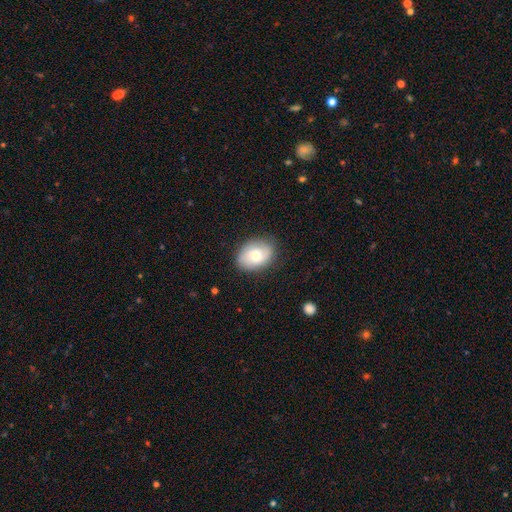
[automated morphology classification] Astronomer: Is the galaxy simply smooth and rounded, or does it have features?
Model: smooth — 62%.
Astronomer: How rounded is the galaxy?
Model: in between — 76%.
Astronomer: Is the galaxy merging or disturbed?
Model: none — 81%.